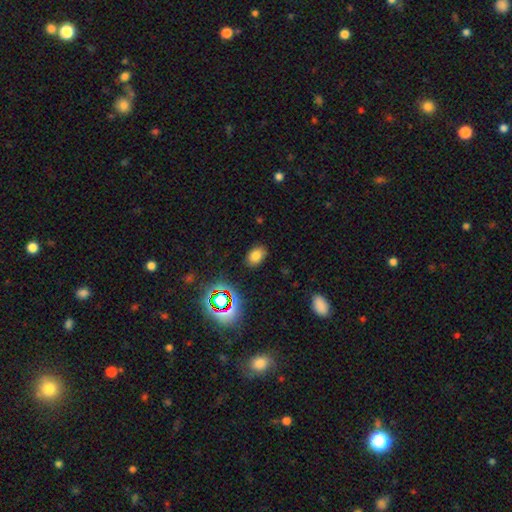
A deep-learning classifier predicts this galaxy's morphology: smooth 76%, star or artifact 17%, featured or disk 7%. Down the decision tree: how rounded — in between (78%); merging — none (85%).